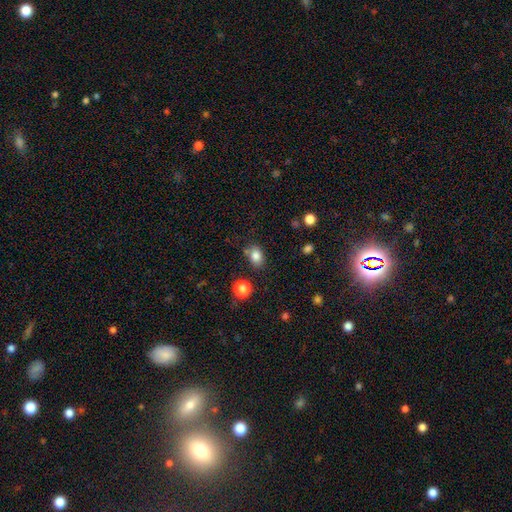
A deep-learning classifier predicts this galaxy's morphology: The model was most divided on "how rounded": in between: 67%, round: 32%, cigar-shaped: 1%. More confident: smooth or featured — smooth (82%); merging — none (72%).